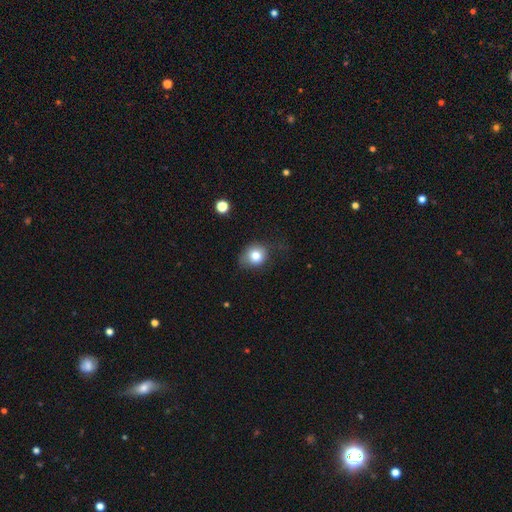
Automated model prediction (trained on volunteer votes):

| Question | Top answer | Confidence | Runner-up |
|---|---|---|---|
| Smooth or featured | smooth | 79% | star or artifact (11%) |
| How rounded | round | 70% | in between (29%) |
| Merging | none | 60% | minor disturbance (28%) |